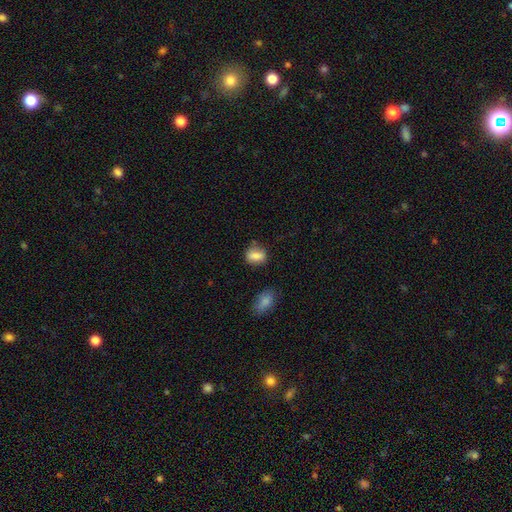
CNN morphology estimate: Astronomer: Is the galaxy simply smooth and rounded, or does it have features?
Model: smooth — 81%.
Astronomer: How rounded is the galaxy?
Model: in between — 66%.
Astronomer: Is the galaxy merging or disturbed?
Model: none — 70%.